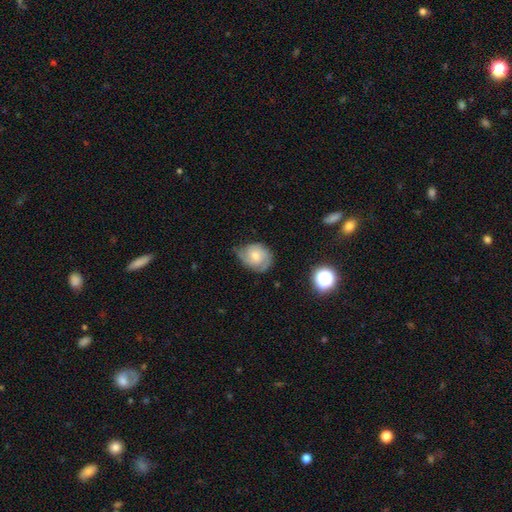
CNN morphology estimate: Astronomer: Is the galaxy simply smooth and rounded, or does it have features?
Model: featured or disk — 49% (runner-up: smooth, 43%).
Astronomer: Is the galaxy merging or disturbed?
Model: none — 54% (runner-up: minor disturbance, 34%).